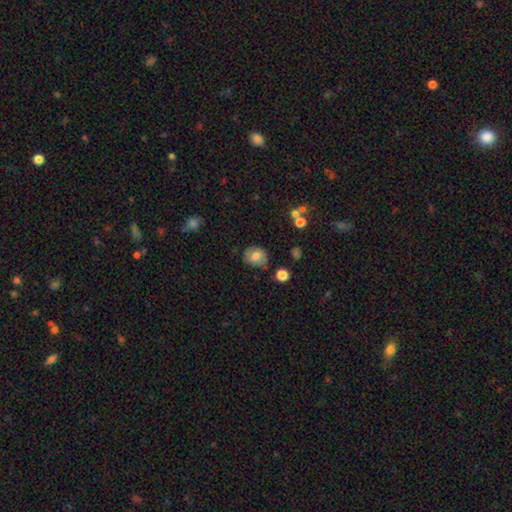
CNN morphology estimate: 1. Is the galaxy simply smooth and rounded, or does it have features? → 69% smooth, 22% featured or disk, 9% star or artifact.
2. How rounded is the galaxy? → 60% round, 39% in between, 1% cigar-shaped.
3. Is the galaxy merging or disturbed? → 75% none, 17% minor disturbance, 4% major disturbance, 3% merger.